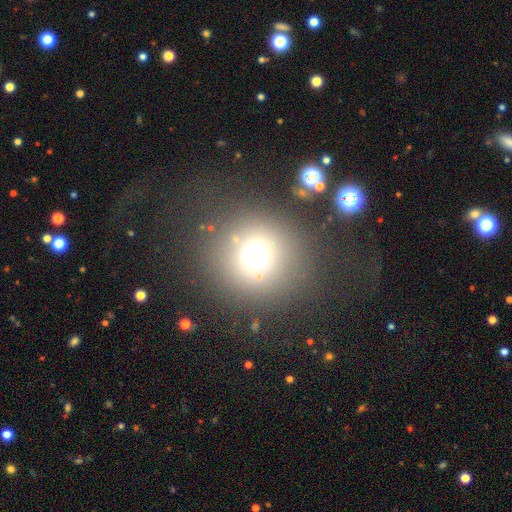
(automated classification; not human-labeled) Morphology: type=smooth (62%); roundness=round (92%); merging=none (81%).